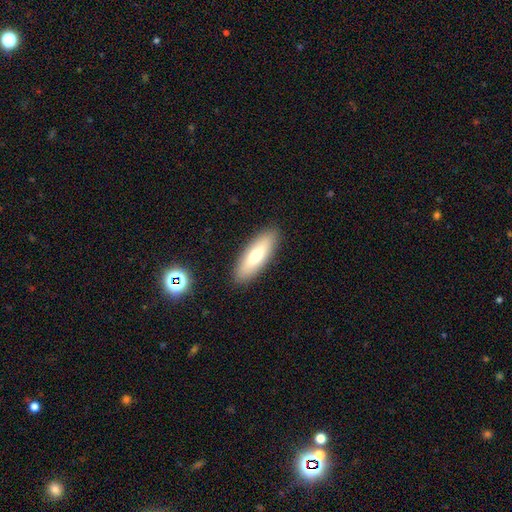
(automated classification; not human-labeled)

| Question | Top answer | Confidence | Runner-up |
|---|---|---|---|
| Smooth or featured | smooth | 66% | featured or disk (27%) |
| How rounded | in between | 59% | cigar-shaped (39%) |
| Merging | none | 89% | minor disturbance (7%) |